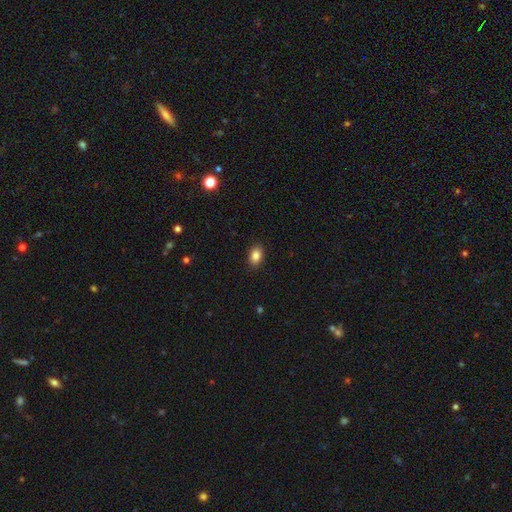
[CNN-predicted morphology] Smooth or featured: smooth — 86% (star or artifact — 9%)
How rounded: in between — 80% (round — 18%)
Merging: none — 89% (minor disturbance — 8%)